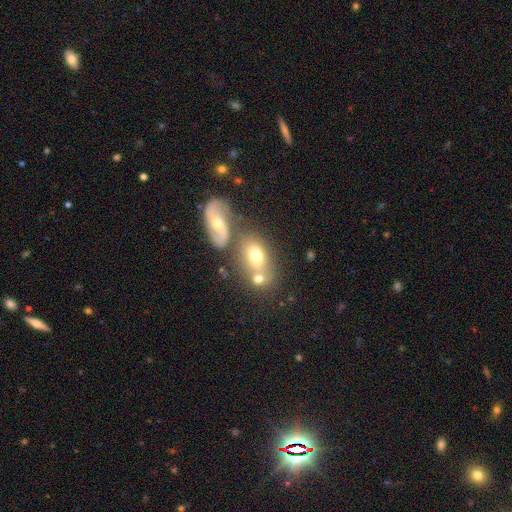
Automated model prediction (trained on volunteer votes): Morphology: type=smooth (63%); roundness=in between (77%); merging=none (43%).